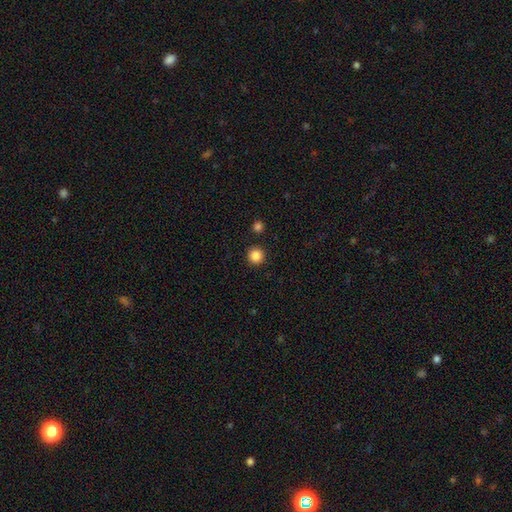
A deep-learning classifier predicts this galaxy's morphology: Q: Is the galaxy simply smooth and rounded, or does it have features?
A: smooth — 87%.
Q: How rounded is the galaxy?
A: round — 96%.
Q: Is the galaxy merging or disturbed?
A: none — 91%.